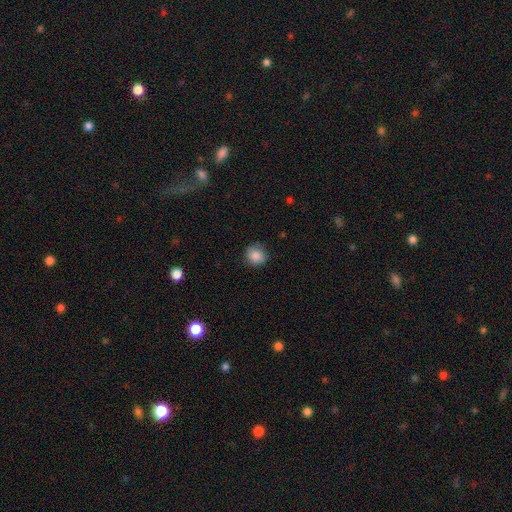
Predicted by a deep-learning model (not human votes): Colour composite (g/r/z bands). It shows a smooth galaxy with no disk features (86%) that is round (86%). Merging: none (82%).